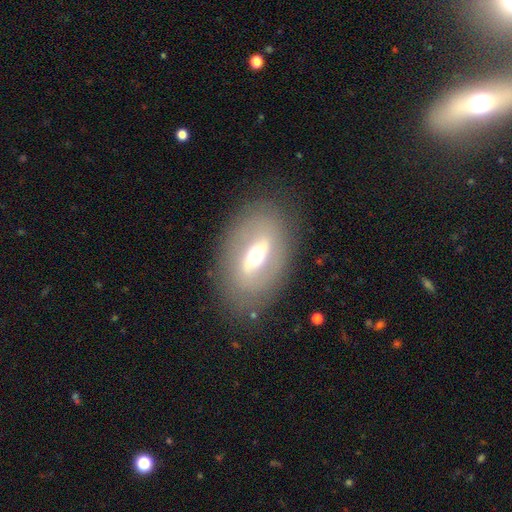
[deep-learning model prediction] This is likely a featured or disk galaxy (61%). It is clearly not viewed edge-on (83%). Bar: possibly strong (48%). Spiral arm pattern: likely no (72%). Central bulge: likely moderate (66%). Merging: likely none (80%).